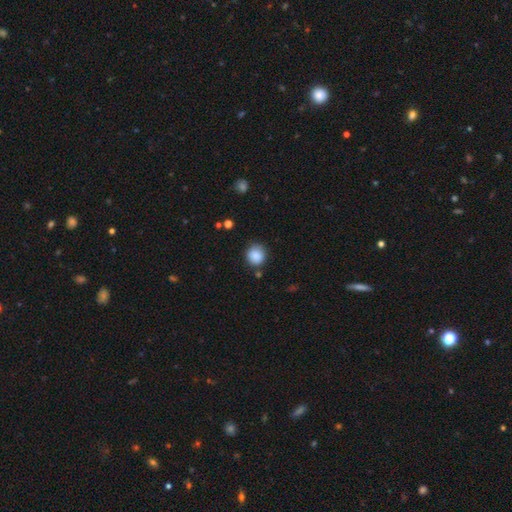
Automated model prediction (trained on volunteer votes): Smooth or featured?
  - smooth: 88% *
  - star or artifact: 9%
  - featured or disk: 4%
How rounded?
  - round: 87% *
  - in between: 12%
  - cigar-shaped: 1%
Merging?
  - none: 81% *
  - minor disturbance: 13%
  - merger: 3%
  - major disturbance: 3%